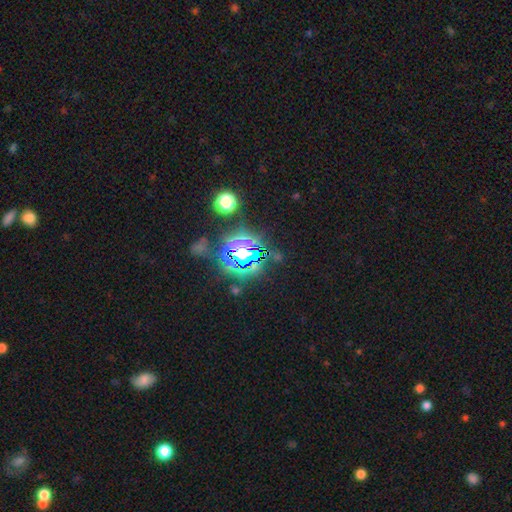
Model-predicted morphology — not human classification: smooth_or_featured: star or artifact (p=0.80) [alt: smooth p=0.13]